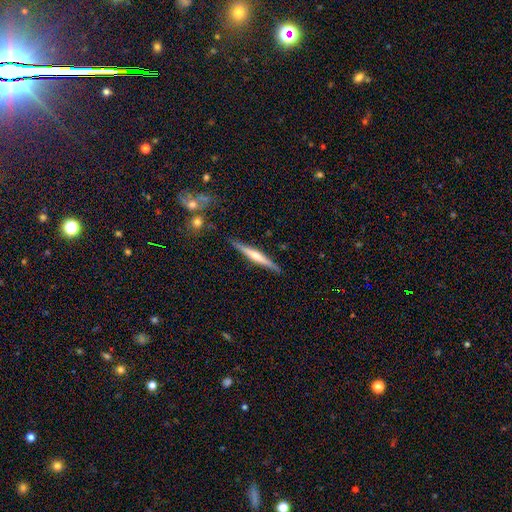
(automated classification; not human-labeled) A featured or disk galaxy (62%) viewed edge-on (97%) with a rounded central bulge (64%). Merging: none (87%).